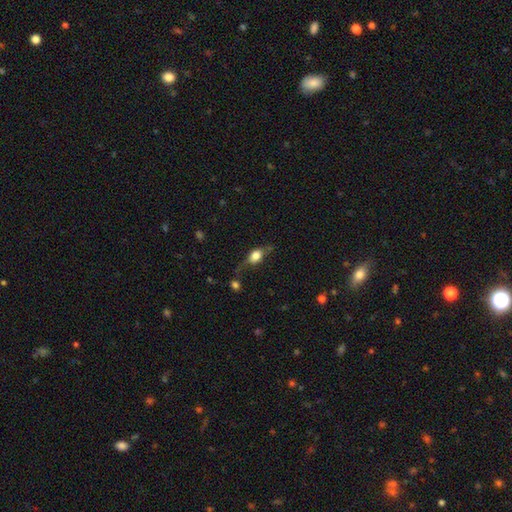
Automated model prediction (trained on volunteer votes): This appears to be a smooth galaxy with no disk features (72%) that is in between round and cigar-shaped (71%). Merging: none (51%).